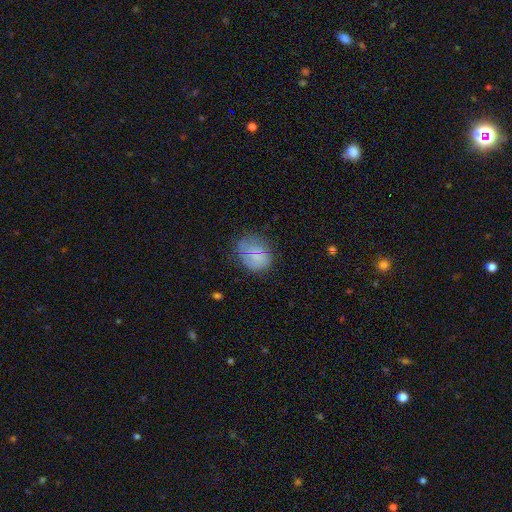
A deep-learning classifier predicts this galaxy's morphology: type=smooth (69%); roundness=in between (50%); merging=none (49%).